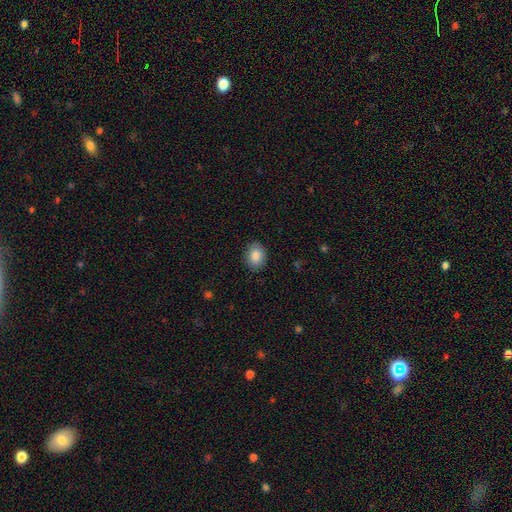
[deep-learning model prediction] This appears to be a smooth galaxy with no disk features (87%) that is in between round and cigar-shaped (66%). Merging: none (86%).